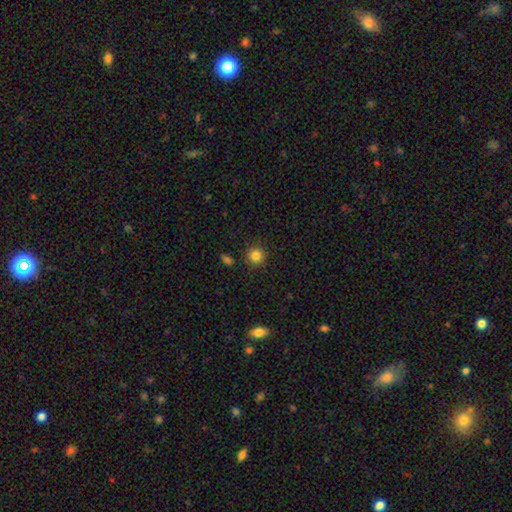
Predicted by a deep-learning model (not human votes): This appears to be a smooth galaxy with no disk features (84%) that is round (94%). Merging: none (88%).